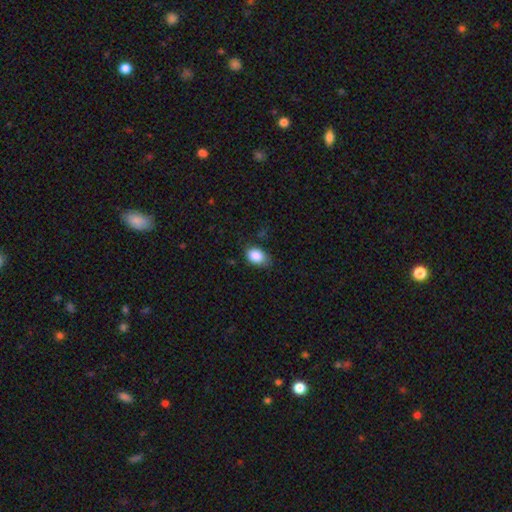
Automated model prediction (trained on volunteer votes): Smooth or featured? smooth (86%)
How rounded? in between (79%)
Merging? none (72%)